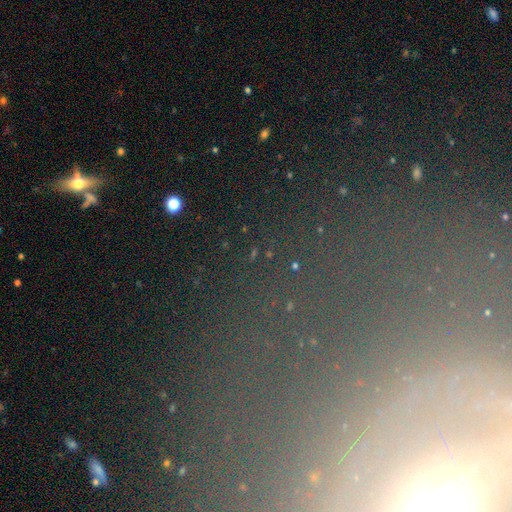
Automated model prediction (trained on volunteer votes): A star or artifact, not a galaxy (62%).